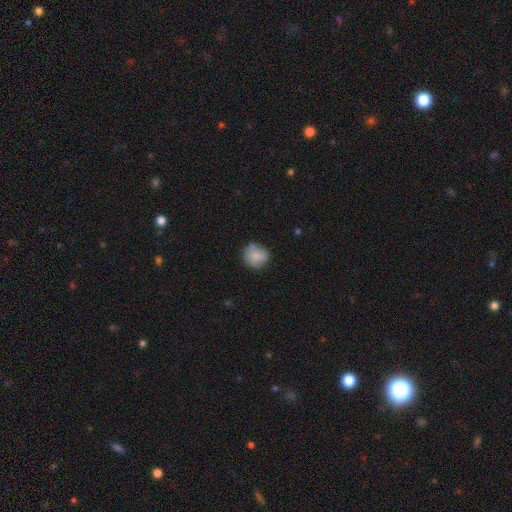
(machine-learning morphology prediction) A smooth galaxy with no disk features (83%) that is round (84%). Merging: none (72%).